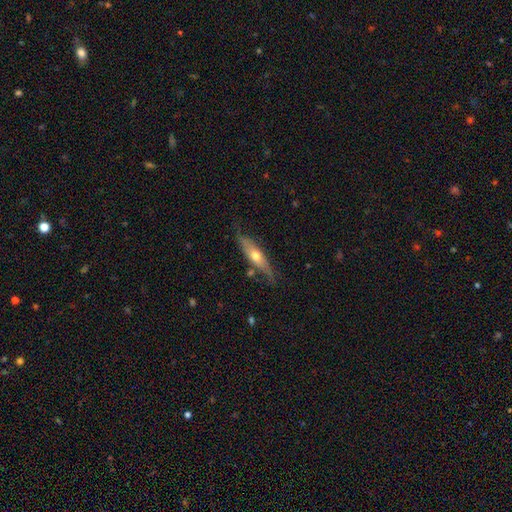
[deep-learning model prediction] Smooth or featured?
  - featured or disk: 51% *
  - smooth: 44%
  - star or artifact: 6%
Edge-on disk?
  - yes: 64% *
  - no: 36%
Merging?
  - none: 65% *
  - minor disturbance: 24%
  - major disturbance: 7%
  - merger: 4%